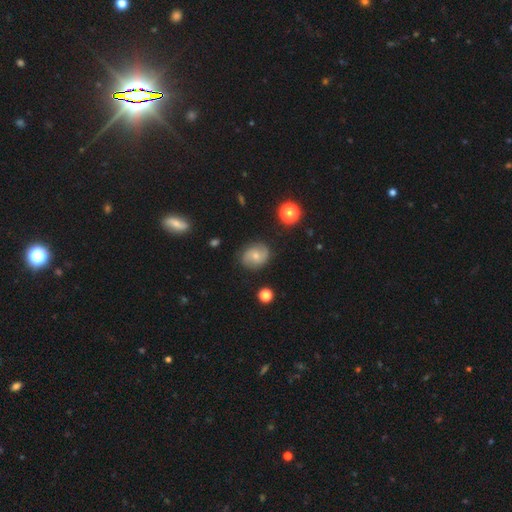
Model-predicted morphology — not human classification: smooth_or_featured: featured or disk (p=0.49) [alt: smooth p=0.41]
merging: none (p=0.81) [alt: minor disturbance p=0.14]